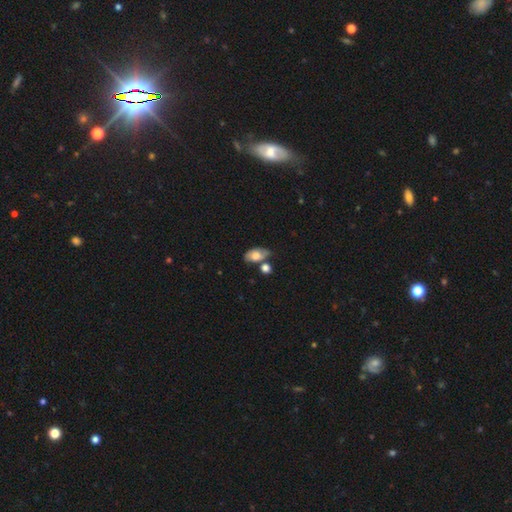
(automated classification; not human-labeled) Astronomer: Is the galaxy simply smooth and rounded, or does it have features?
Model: smooth — 67%.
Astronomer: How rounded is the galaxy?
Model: in between — 90%.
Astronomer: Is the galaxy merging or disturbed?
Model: none — 51%.